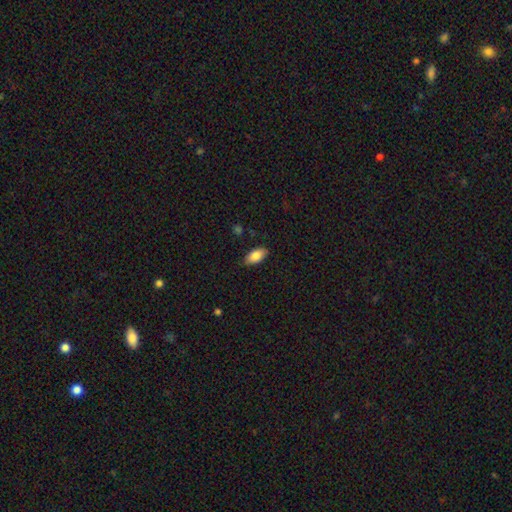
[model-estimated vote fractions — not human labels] Smooth or featured? Predicted: smooth (p=0.84). How rounded? Predicted: in between (p=0.92). Merging? Predicted: none (p=0.84).